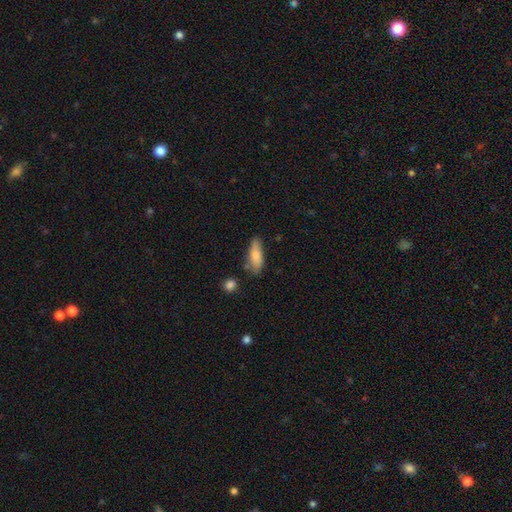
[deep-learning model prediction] A smooth galaxy with no disk features (80%) that is in between round and cigar-shaped (66%). Merging: none (67%).